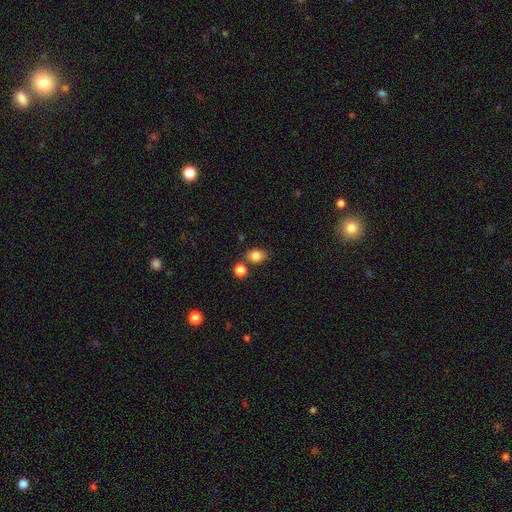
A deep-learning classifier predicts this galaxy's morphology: smooth-or-featured: smooth: 83% | star or artifact: 11% | featured or disk: 7%
  how-rounded: in between: 60% | round: 39% | cigar-shaped: 1%
  merging: none: 70% | merger: 14% | minor disturbance: 12% | major disturbance: 4%